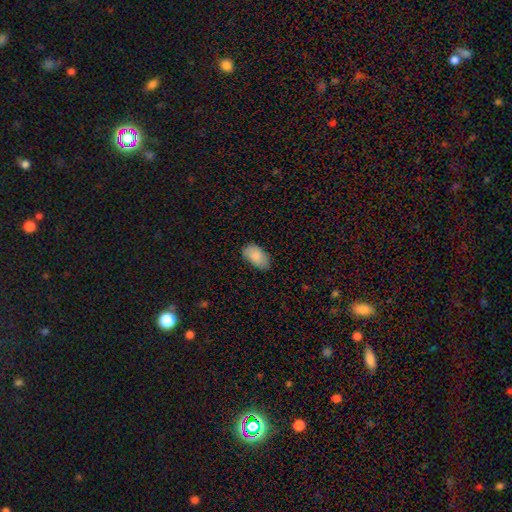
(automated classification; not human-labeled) A smooth galaxy with no disk features (87%) that is in between round and cigar-shaped (94%).

Vote fractions:
- Smooth or featured? smooth: 87% / star or artifact: 7% / featured or disk: 6%
- How rounded? in between: 94% / round: 4% / cigar-shaped: 2%
- Merging? none: 80% / minor disturbance: 16% / major disturbance: 3% / merger: 1%